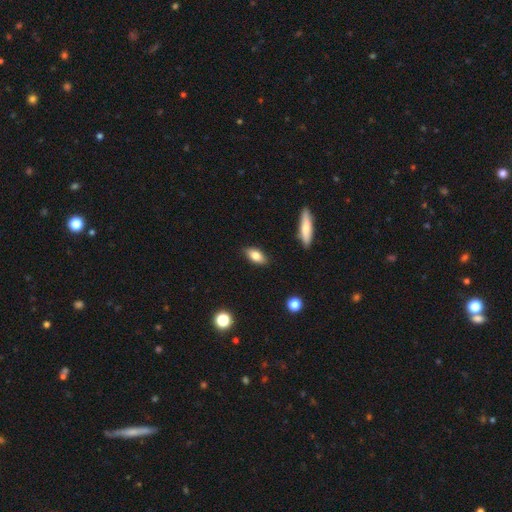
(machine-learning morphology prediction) type=smooth (79%); roundness=in between (85%); merging=none (86%).